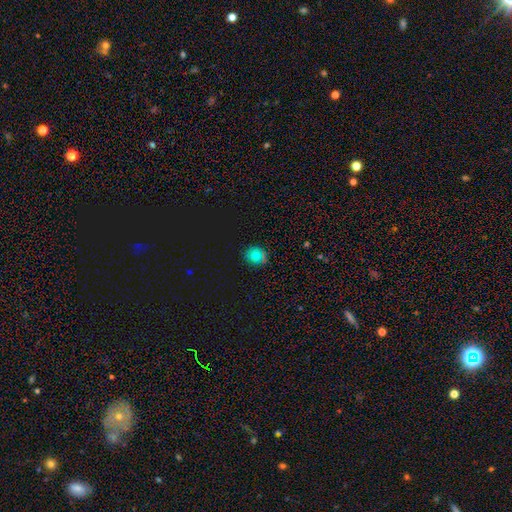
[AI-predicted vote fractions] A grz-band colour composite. It shows a smooth galaxy with no disk features (71%) that is round (89%). Merging: none (83%).